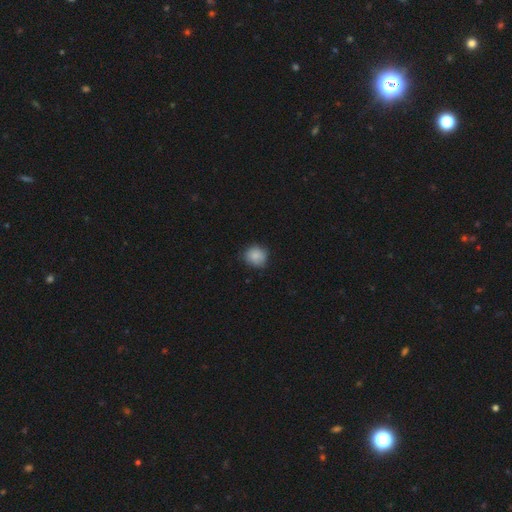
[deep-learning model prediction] A smooth galaxy with no disk features (85%) that is round (83%).

Vote fractions:
- Smooth or featured? smooth: 85% / star or artifact: 8% / featured or disk: 7%
- How rounded? round: 83% / in between: 16% / cigar-shaped: 1%
- Merging? none: 76% / minor disturbance: 19% / major disturbance: 3% / merger: 1%